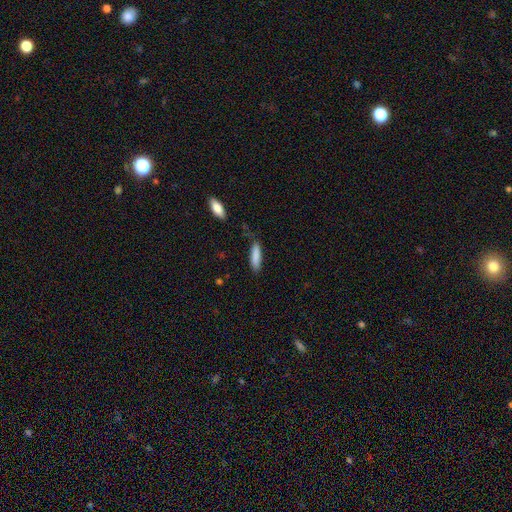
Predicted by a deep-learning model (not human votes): A smooth galaxy with no disk features (86%) that is cigar-shaped (68%). Merging: none (77%).